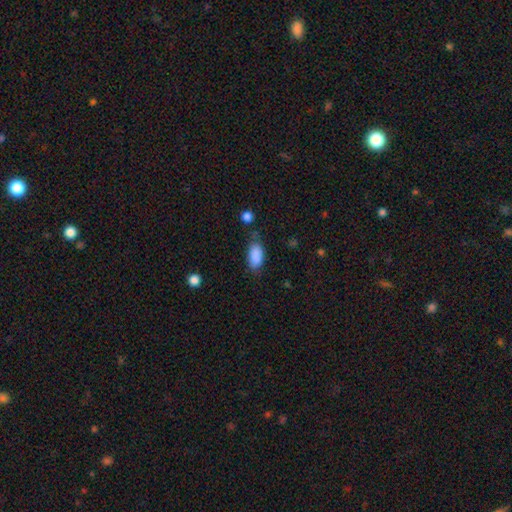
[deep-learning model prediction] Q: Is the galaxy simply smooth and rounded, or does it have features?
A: smooth — 88%.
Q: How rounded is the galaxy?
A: in between — 91%.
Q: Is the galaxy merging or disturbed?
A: none — 64%.